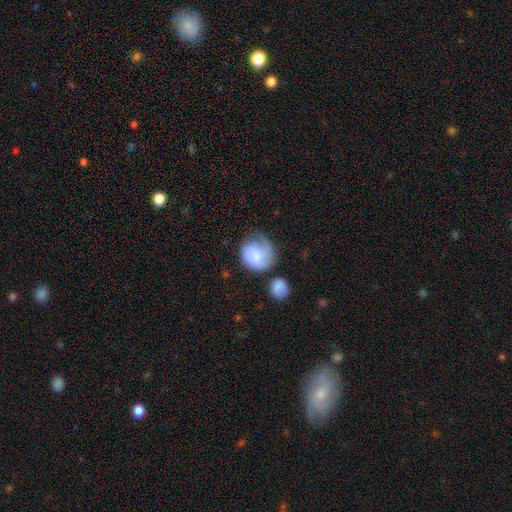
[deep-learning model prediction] Morphology: type=smooth (69%); roundness=round (79%); merging=none (42%).